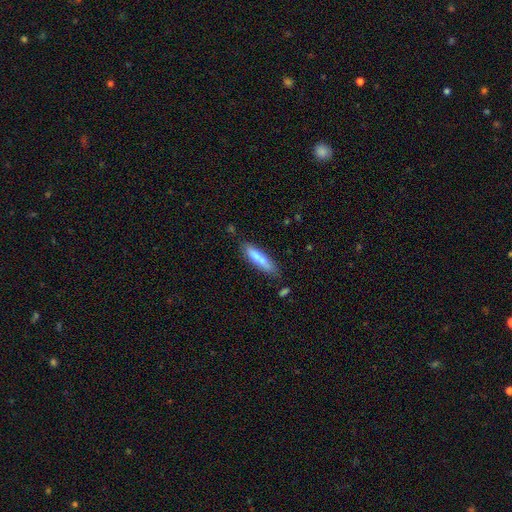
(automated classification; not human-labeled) A smooth galaxy with no disk features (75%) that is cigar-shaped (77%). Merging: none (77%).